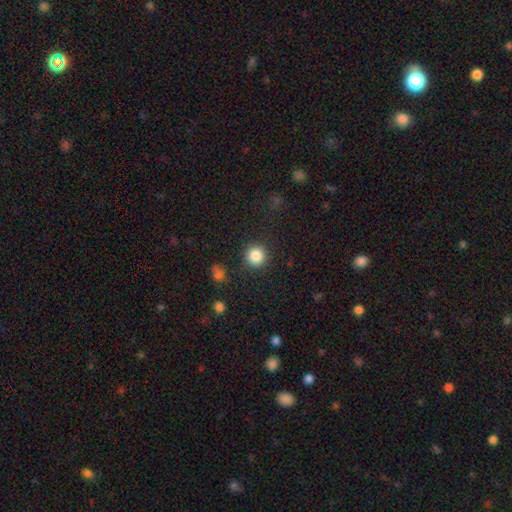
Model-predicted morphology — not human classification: smooth_or_featured: smooth (p=0.85) [alt: star or artifact p=0.11]
how_rounded: round (p=0.94) [alt: in between p=0.05]
merging: none (p=0.90) [alt: minor disturbance p=0.06]